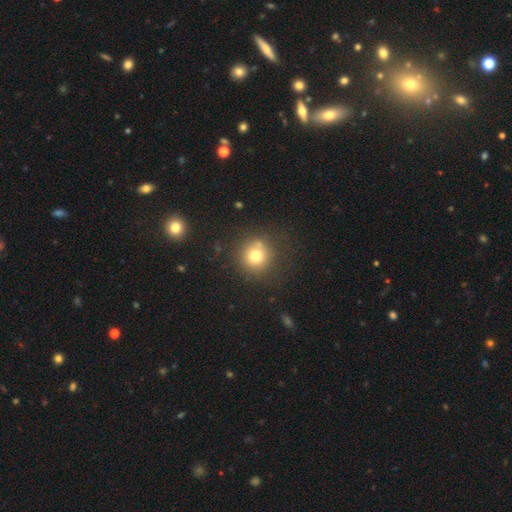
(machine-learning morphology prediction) Overall: smooth (74%). How rounded: round (92%). Merging: none (79%).